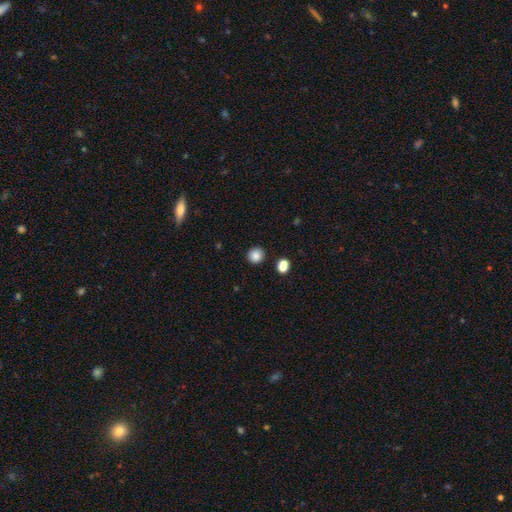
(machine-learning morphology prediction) type=smooth (85%); roundness=round (90%); merging=none (88%).